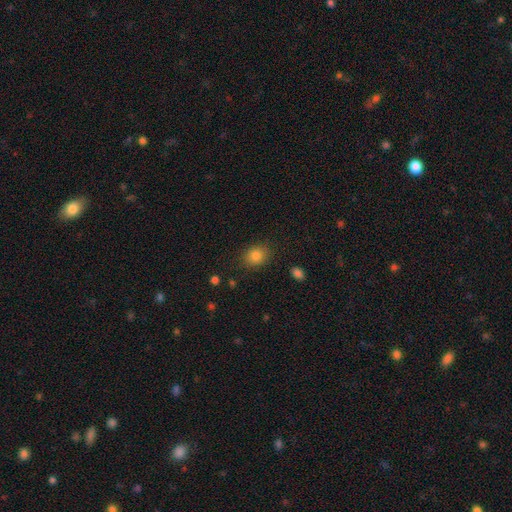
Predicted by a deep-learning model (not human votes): smooth 83%, star or artifact 11%, featured or disk 6%. Down the decision tree: how rounded — round (54%); merging — none (85%).